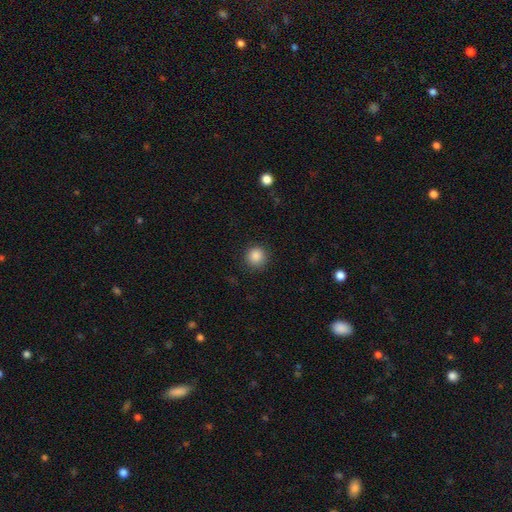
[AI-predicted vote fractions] smooth-or-featured: smooth: 87% | star or artifact: 10% | featured or disk: 3%
  how-rounded: round: 93% | in between: 6% | cigar-shaped: 1%
  merging: none: 90% | minor disturbance: 7% | major disturbance: 2% | merger: 1%